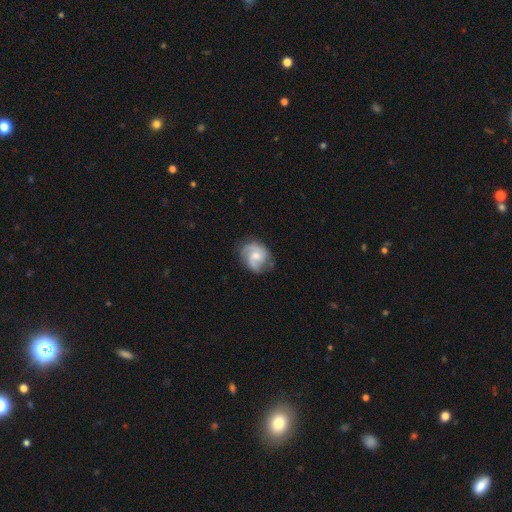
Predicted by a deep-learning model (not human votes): Q: Smooth or featured?
A: featured or disk (72%); runner-up: smooth (21%)
Q: Edge-on disk?
A: no (98%); runner-up: yes (2%)
Q: Bar?
A: no (54%); runner-up: weak (40%)
Q: Spiral arms?
A: yes (93%); runner-up: no (7%)
Q: Spiral winding?
A: medium (48%); runner-up: tight (29%)
Q: Spiral arm count?
A: 2 (67%); runner-up: 3 (12%)
Q: Bulge size?
A: moderate (51%); runner-up: small (38%)
Q: Merging?
A: none (68%); runner-up: minor disturbance (21%)